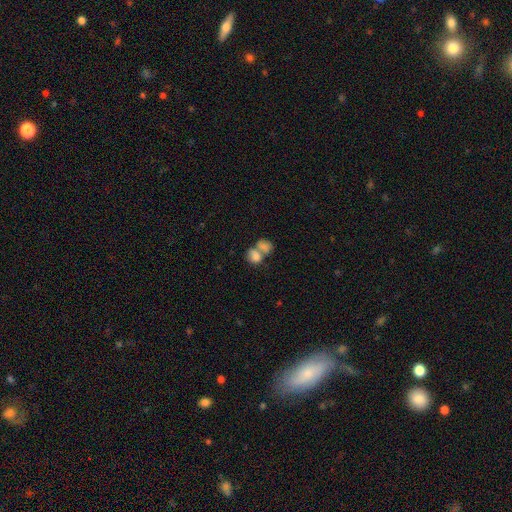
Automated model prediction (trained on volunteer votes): Smooth or featured?
  - smooth: 77% *
  - featured or disk: 14%
  - star or artifact: 9%
How rounded?
  - in between: 60% *
  - round: 39%
  - cigar-shaped: 1%
Merging?
  - merger: 66% *
  - none: 21%
  - minor disturbance: 7%
  - major disturbance: 6%